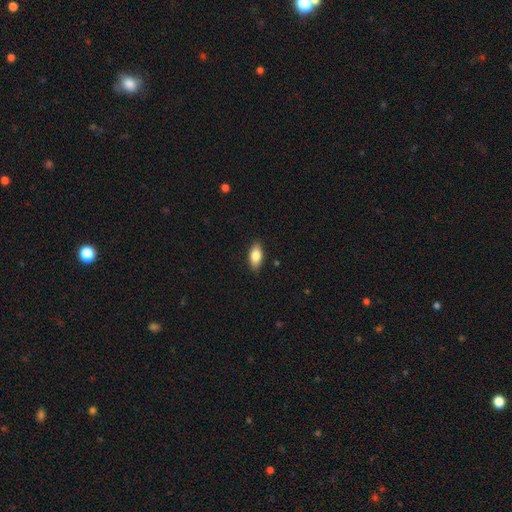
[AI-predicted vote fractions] Overall: smooth (84%). How rounded: in between (89%). Merging: none (87%).